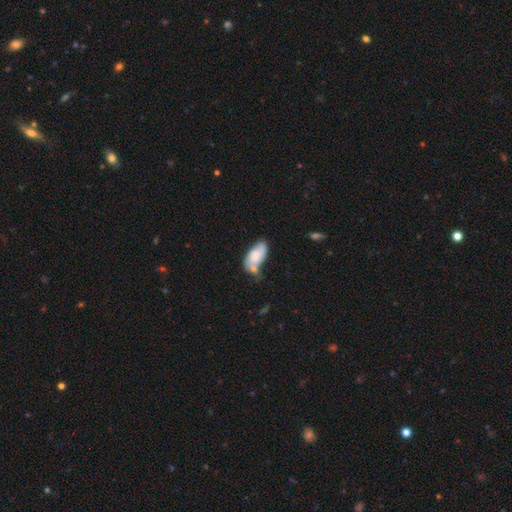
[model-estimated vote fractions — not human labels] Smooth or featured? smooth (70%)
How rounded? in between (92%)
Merging? none (38%)